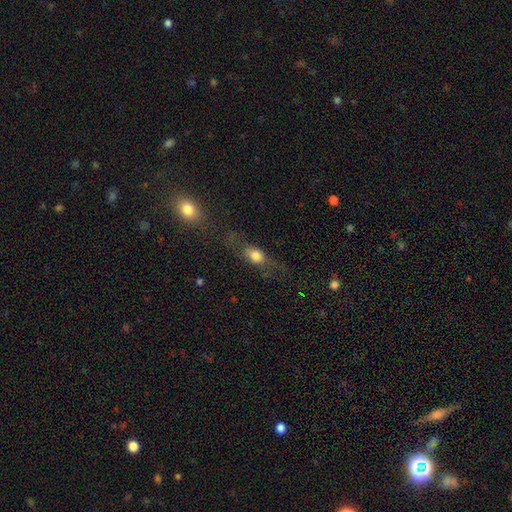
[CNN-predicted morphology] Q: Smooth or featured?
A: smooth (65%); runner-up: featured or disk (23%)
Q: How rounded?
A: in between (59%); runner-up: cigar-shaped (24%)
Q: Merging?
A: none (59%); runner-up: minor disturbance (20%)